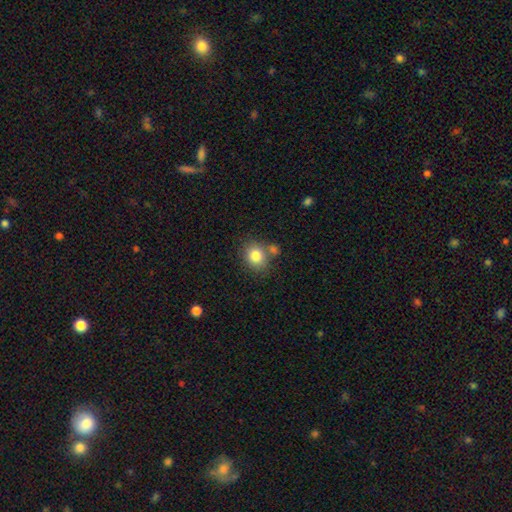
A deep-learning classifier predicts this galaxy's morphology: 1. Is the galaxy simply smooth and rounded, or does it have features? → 82% smooth, 10% star or artifact, 9% featured or disk.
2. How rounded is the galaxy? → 70% round, 30% in between, 1% cigar-shaped.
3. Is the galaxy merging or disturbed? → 67% none, 16% merger, 13% minor disturbance, 4% major disturbance.